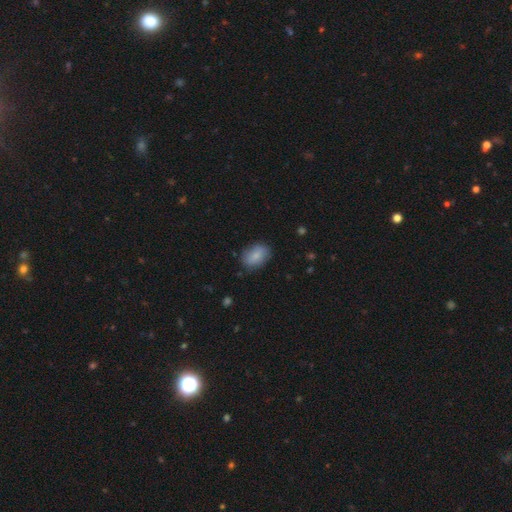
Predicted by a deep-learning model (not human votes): smooth_or_featured: smooth (p=0.85) [alt: featured or disk p=0.08]
how_rounded: in between (p=0.86) [alt: round p=0.13]
merging: none (p=0.81) [alt: minor disturbance p=0.15]